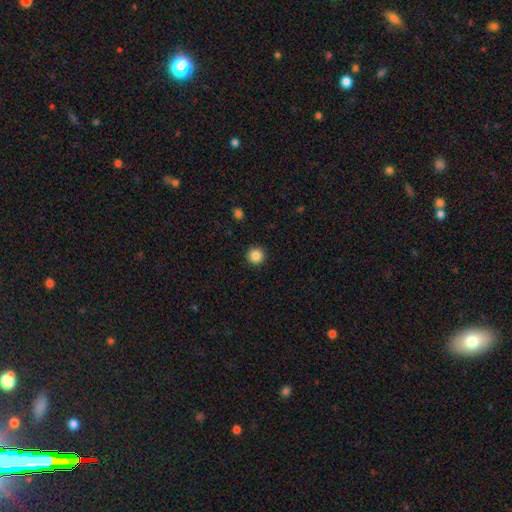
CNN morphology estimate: smooth-or-featured: smooth: 86% | star or artifact: 10% | featured or disk: 3%
  how-rounded: round: 96% | in between: 3% | cigar-shaped: 1%
  merging: none: 93% | minor disturbance: 4% | major disturbance: 2% | merger: 1%